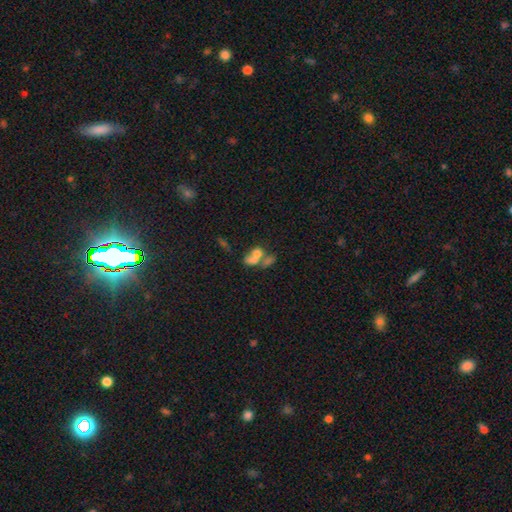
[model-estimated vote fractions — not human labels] Q: Smooth or featured?
A: smooth (60%); runner-up: featured or disk (26%)
Q: How rounded?
A: in between (66%); runner-up: round (30%)
Q: Merging?
A: merger (65%); runner-up: none (19%)